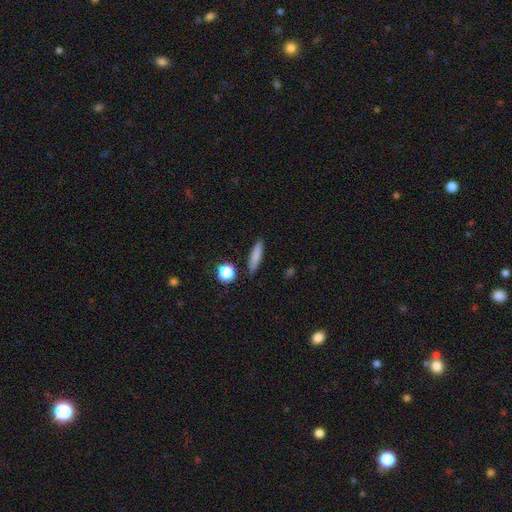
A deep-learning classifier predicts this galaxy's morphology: A smooth galaxy with no disk features (79%) that is cigar-shaped (77%).

Vote fractions:
- Smooth or featured? smooth: 79% / featured or disk: 11% / star or artifact: 10%
- How rounded? cigar-shaped: 77% / in between: 19% / round: 4%
- Merging? none: 86% / minor disturbance: 9% / merger: 2% / major disturbance: 2%